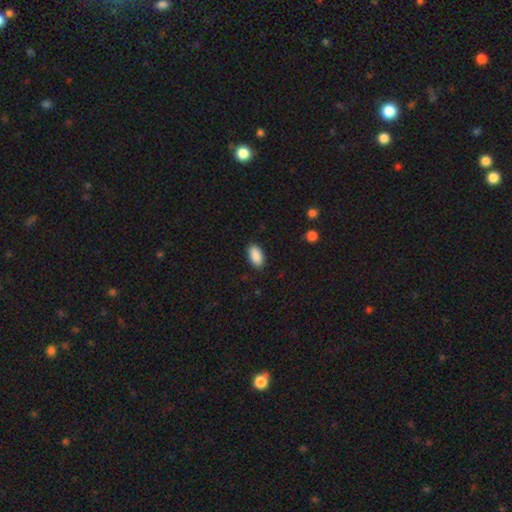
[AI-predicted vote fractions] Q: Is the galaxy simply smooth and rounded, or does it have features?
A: smooth — 90%.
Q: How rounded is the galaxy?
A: in between — 94%.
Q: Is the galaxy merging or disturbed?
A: none — 89%.